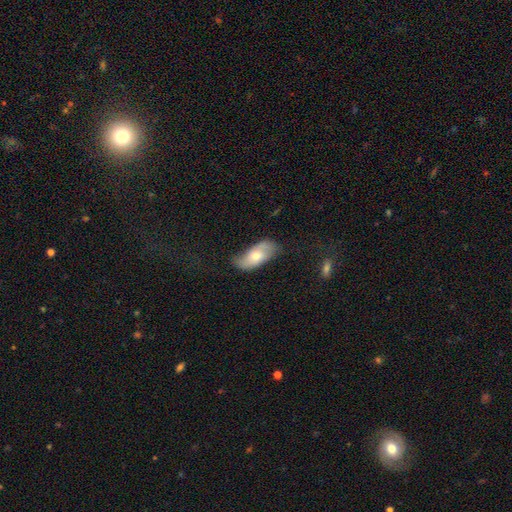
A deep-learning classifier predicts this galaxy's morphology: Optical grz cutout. It shows a smooth galaxy with no disk features (50%). Merging: none (59%).